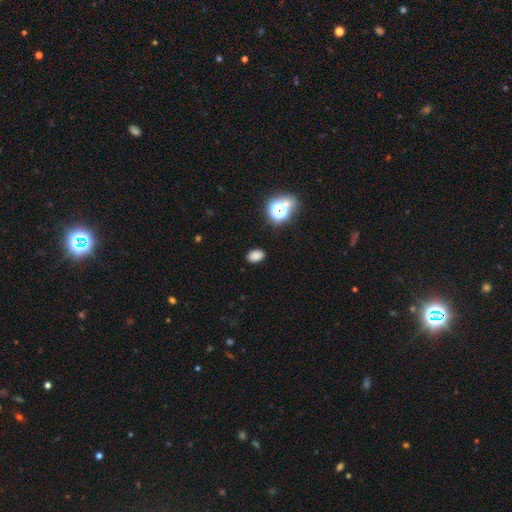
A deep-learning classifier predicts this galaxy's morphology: This is clearly a smooth galaxy (80%). How rounded: clearly in between (80%). Merging: clearly none (87%).